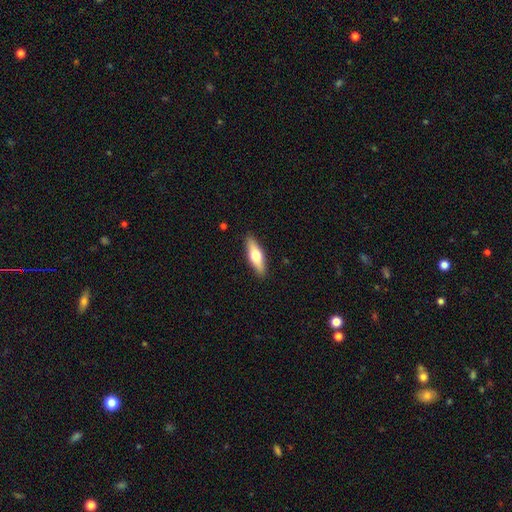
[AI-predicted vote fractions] Smooth or featured?
  - smooth: 58% *
  - featured or disk: 36%
  - star or artifact: 6%
How rounded?
  - cigar-shaped: 53% *
  - in between: 45%
  - round: 2%
Merging?
  - none: 89% *
  - minor disturbance: 8%
  - major disturbance: 2%
  - merger: 1%